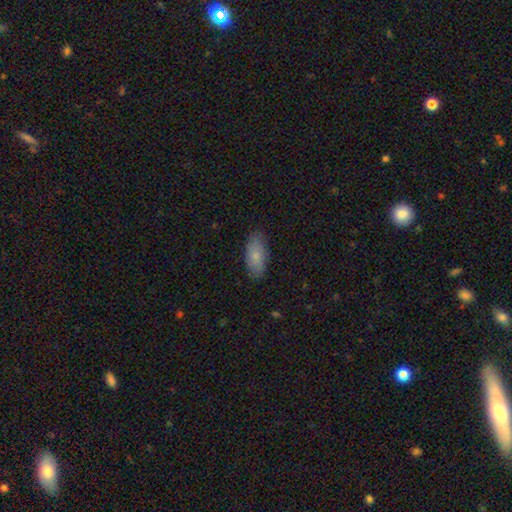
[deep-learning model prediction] Morphology: type=smooth (81%); roundness=in between (87%); merging=none (84%).